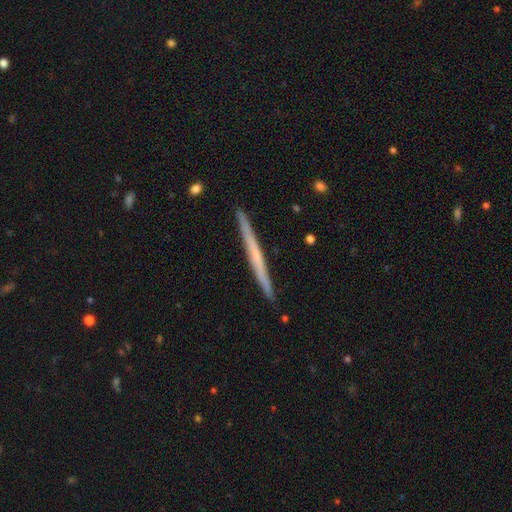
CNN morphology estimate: This is possibly a featured or disk galaxy (57%). It is clearly viewed edge-on (98%). Edge-on bulge: clearly none (83%). Merging: clearly none (92%).